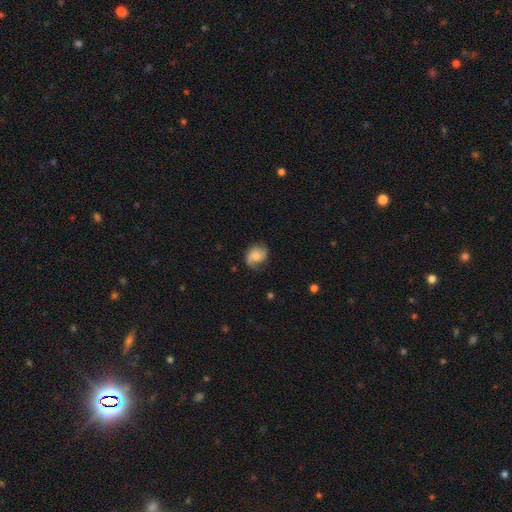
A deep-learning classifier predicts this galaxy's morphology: The model was most divided on "smooth or featured": featured or disk: 49%, smooth: 42%, star or artifact: 9%. More confident: merging — none (64%).